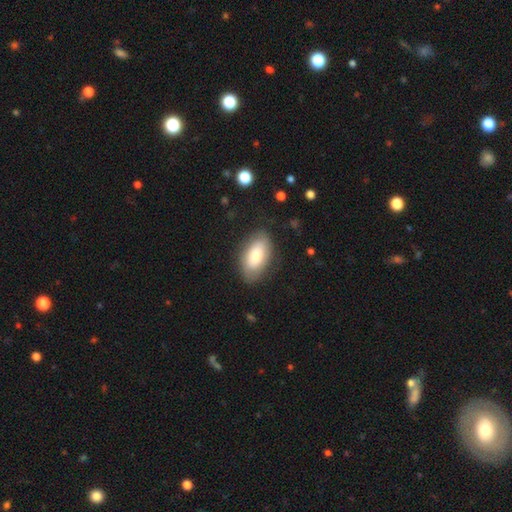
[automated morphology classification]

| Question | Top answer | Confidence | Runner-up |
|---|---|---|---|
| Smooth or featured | smooth | 76% | featured or disk (18%) |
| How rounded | in between | 94% | round (3%) |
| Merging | none | 80% | minor disturbance (14%) |